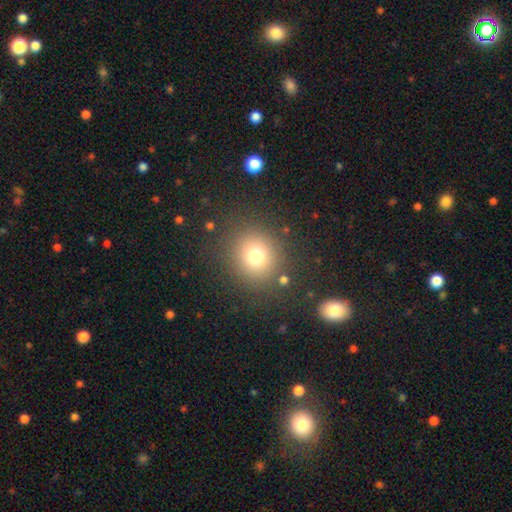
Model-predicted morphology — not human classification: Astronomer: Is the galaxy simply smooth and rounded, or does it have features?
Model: smooth — 74%.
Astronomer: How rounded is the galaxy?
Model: round — 86%.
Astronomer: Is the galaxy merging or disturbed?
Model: none — 84%.